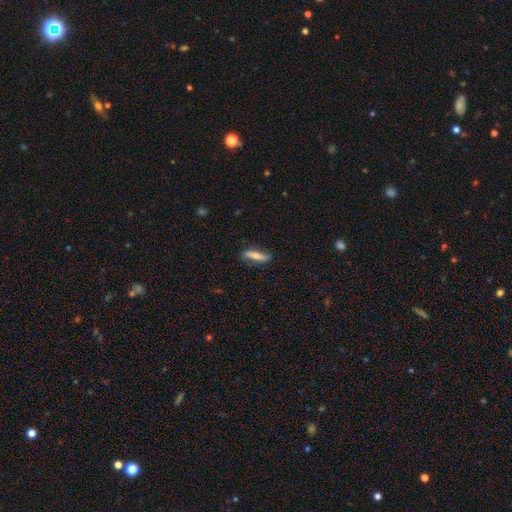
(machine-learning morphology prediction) This is likely a smooth galaxy (63%). How rounded: likely cigar-shaped (72%). Merging: likely none (78%).